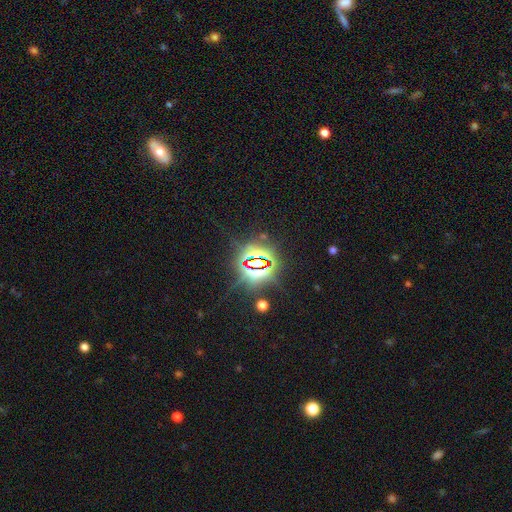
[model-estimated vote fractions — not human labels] smooth_or_featured: star or artifact (p=0.83) [alt: smooth p=0.10]